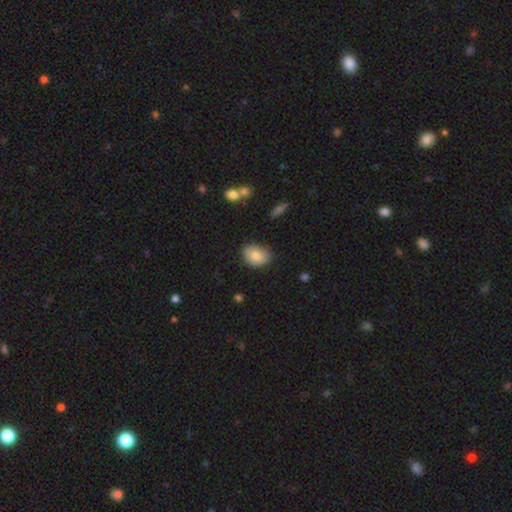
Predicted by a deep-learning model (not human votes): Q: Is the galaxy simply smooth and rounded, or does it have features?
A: smooth — 81%.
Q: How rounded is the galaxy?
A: in between — 68%.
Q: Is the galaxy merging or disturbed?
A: none — 72%.